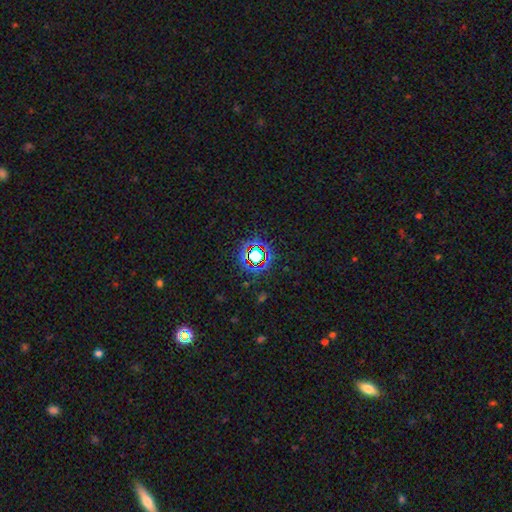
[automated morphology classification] Smooth or featured? Predicted: star or artifact (p=0.72).